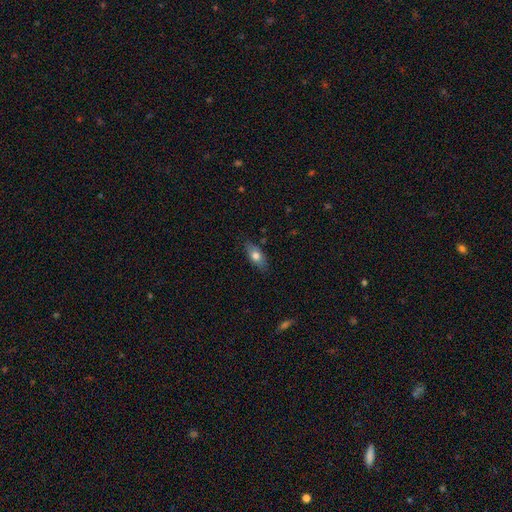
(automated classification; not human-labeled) This is likely a smooth galaxy (71%). How rounded: clearly in between (81%). Merging: clearly none (81%).